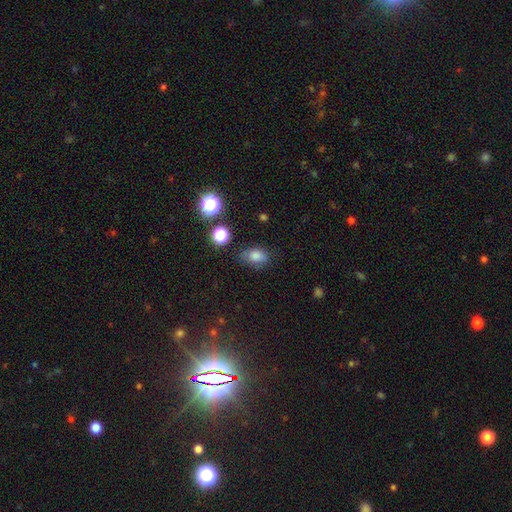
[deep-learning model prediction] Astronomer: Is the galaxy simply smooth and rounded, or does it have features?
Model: smooth — 77%.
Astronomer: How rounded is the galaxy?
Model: in between — 74%.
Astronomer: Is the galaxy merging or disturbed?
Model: none — 67%.